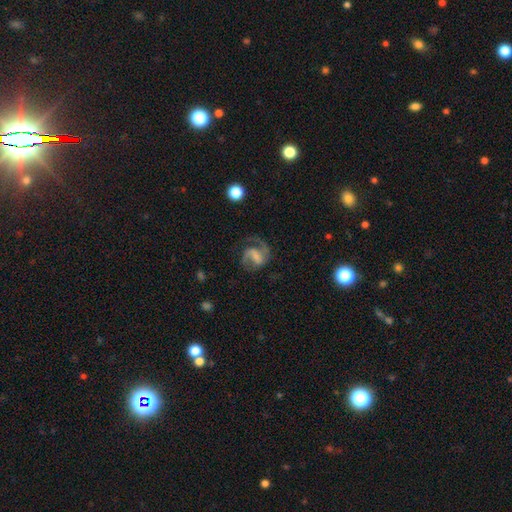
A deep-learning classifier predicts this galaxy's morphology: Smooth or featured: featured or disk — 83% (smooth — 11%)
Edge-on disk: no — 98% (yes — 2%)
Bar: weak — 47% (no — 27%)
Spiral arms: yes — 95% (no — 5%)
Spiral winding: medium — 56% (loose — 26%)
Spiral arm count: 2 — 82% (1 — 10%)
Bulge size: small — 38% (none — 34%)
Merging: none — 63% (major disturbance — 18%)